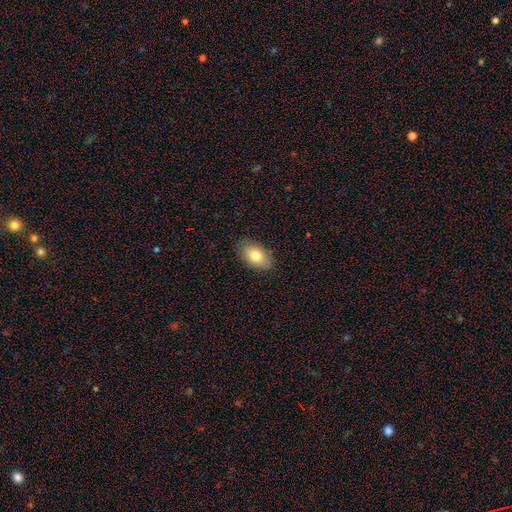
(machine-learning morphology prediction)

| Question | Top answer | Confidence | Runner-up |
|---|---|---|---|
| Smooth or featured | smooth | 79% | featured or disk (14%) |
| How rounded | in between | 92% | round (7%) |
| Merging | none | 86% | minor disturbance (11%) |